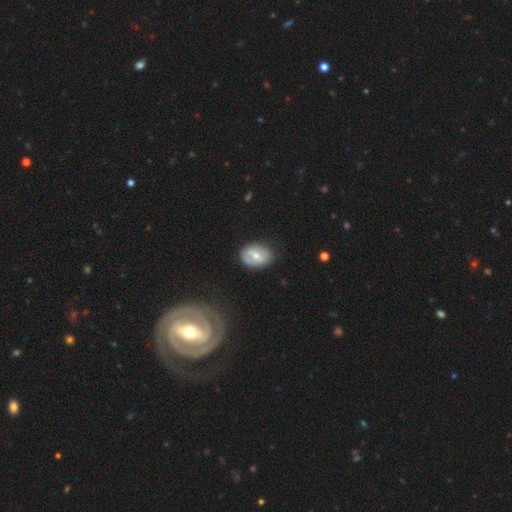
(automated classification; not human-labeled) Smooth or featured?
  - featured or disk: 48% *
  - smooth: 45%
  - star or artifact: 7%
Merging?
  - none: 77% *
  - minor disturbance: 17%
  - major disturbance: 4%
  - merger: 2%